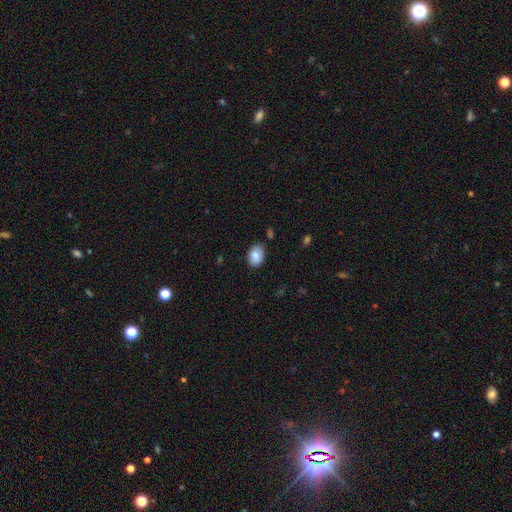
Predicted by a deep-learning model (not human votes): Smooth or featured? smooth (85%)
How rounded? in between (82%)
Merging? none (80%)